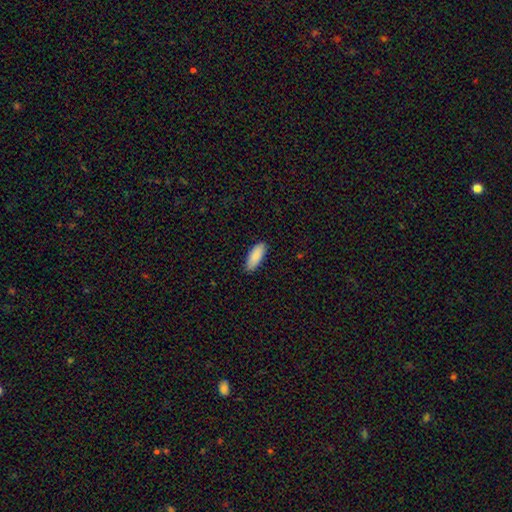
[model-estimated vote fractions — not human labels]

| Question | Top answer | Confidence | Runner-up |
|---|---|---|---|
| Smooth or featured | smooth | 90% | star or artifact (6%) |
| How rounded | in between | 76% | cigar-shaped (22%) |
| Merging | none | 87% | minor disturbance (10%) |